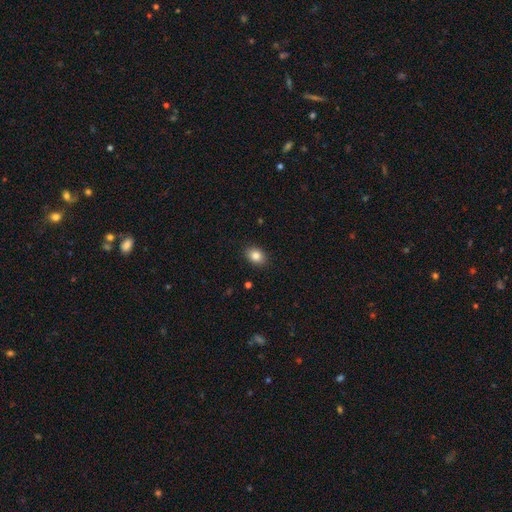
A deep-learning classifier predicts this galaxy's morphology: Smooth or featured? Predicted: smooth (p=0.85). How rounded? Predicted: in between (p=0.69). Merging? Predicted: none (p=0.89).